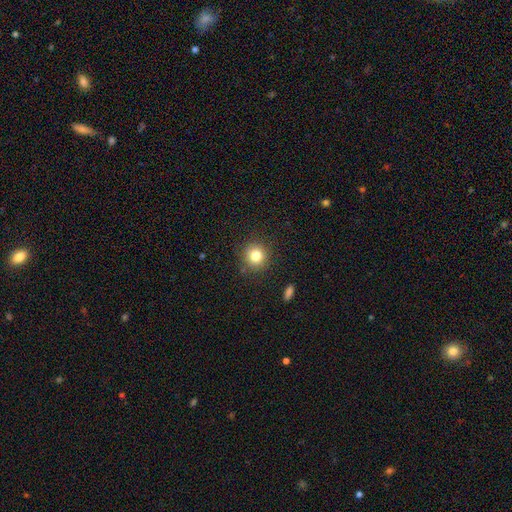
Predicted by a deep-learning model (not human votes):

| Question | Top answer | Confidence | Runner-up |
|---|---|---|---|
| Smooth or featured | smooth | 80% | star or artifact (12%) |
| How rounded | round | 92% | in between (7%) |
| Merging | none | 87% | minor disturbance (8%) |